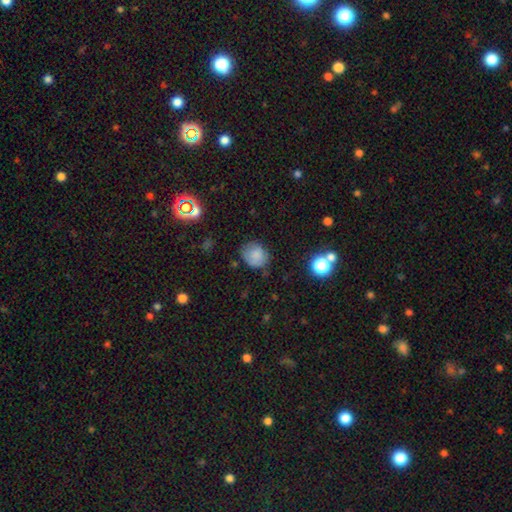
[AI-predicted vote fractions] Smooth or featured?
  - smooth: 80% *
  - star or artifact: 11%
  - featured or disk: 9%
How rounded?
  - round: 61% *
  - in between: 38%
  - cigar-shaped: 1%
Merging?
  - none: 70% *
  - minor disturbance: 22%
  - major disturbance: 5%
  - merger: 2%